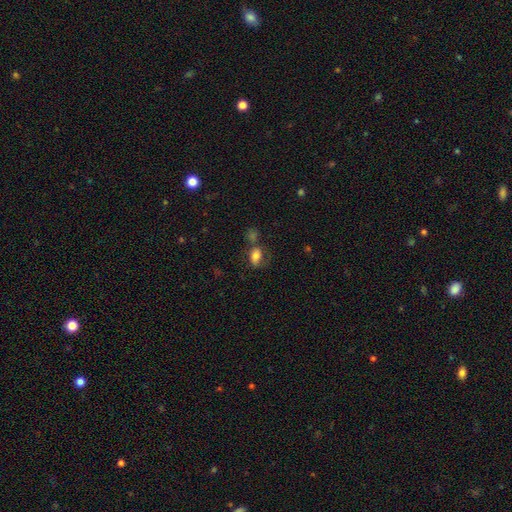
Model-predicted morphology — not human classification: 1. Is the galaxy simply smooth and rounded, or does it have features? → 73% smooth, 17% featured or disk, 10% star or artifact.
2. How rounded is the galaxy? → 81% in between, 16% round, 3% cigar-shaped.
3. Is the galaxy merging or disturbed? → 41% none, 23% merger, 20% minor disturbance, 15% major disturbance.